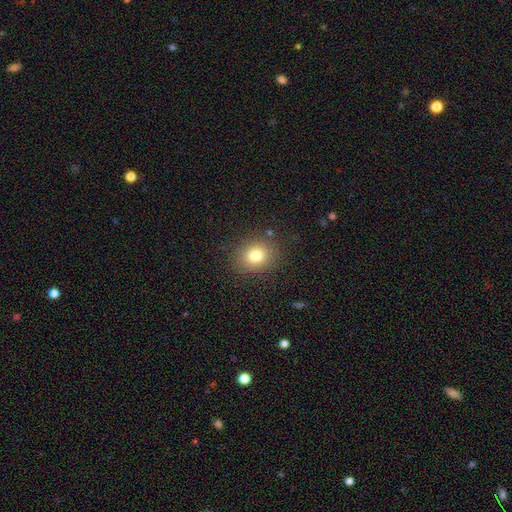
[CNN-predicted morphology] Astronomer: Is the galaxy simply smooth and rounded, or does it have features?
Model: smooth — 78%.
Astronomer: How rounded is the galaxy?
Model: round — 71%.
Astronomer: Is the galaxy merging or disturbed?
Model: none — 86%.